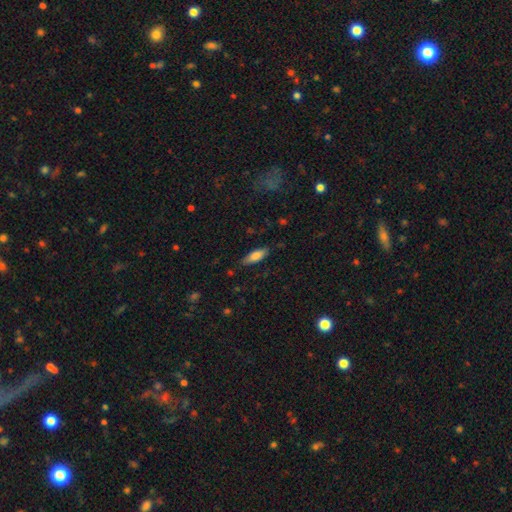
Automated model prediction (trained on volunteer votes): smooth_or_featured: smooth (p=0.79) [alt: featured or disk p=0.15]
how_rounded: in between (p=0.63) [alt: cigar-shaped p=0.35]
merging: none (p=0.82) [alt: minor disturbance p=0.14]